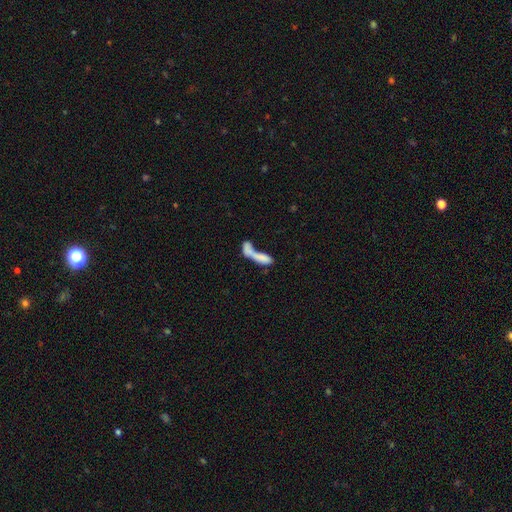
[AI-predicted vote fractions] Smooth or featured? smooth (65%)
How rounded? cigar-shaped (59%)
Merging? merger (63%)